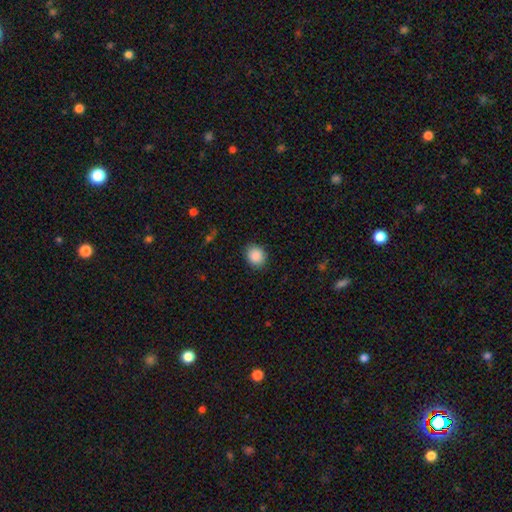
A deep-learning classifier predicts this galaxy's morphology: type=smooth (89%); roundness=round (73%); merging=none (88%).